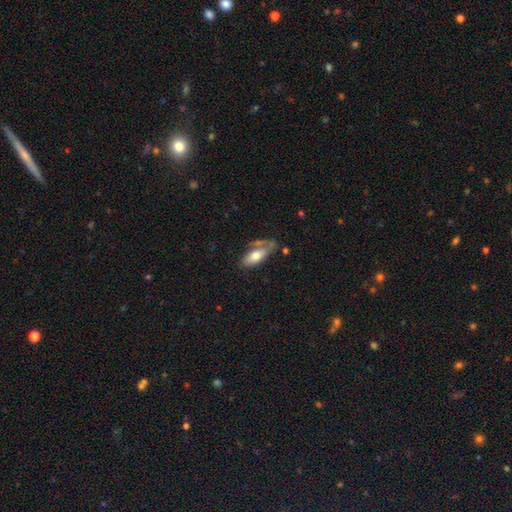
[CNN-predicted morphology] Smooth or featured? Predicted: smooth (p=0.62). How rounded? Predicted: in between (p=0.81). Merging? Predicted: none (p=0.47).